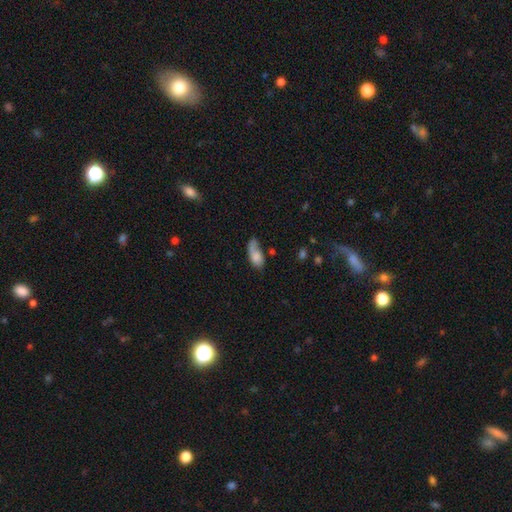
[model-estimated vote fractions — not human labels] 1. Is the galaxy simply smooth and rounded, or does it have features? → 71% smooth, 21% featured or disk, 8% star or artifact.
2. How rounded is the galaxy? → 86% in between, 9% cigar-shaped, 5% round.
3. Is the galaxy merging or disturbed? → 35% none, 28% minor disturbance, 27% major disturbance, 10% merger.